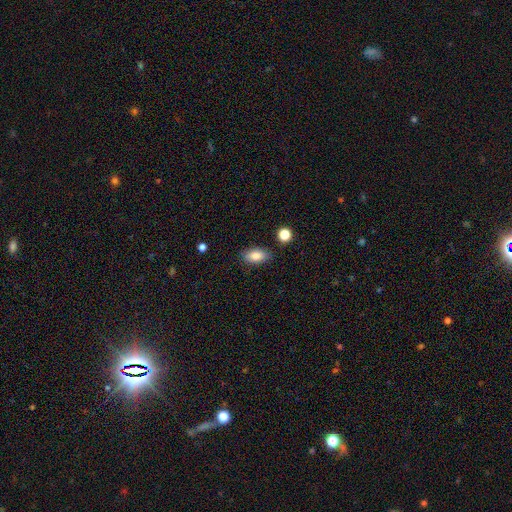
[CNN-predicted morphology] smooth 84%, featured or disk 8%, star or artifact 8%. Down the decision tree: how rounded — in between (89%); merging — none (84%).